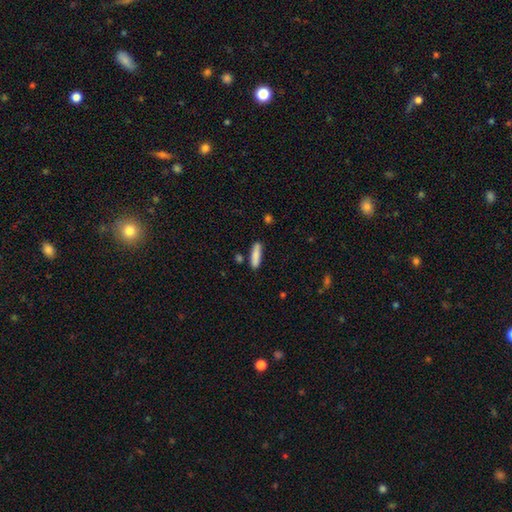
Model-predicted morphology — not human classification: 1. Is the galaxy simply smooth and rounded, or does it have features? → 86% smooth, 7% featured or disk, 6% star or artifact.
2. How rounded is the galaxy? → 71% cigar-shaped, 27% in between, 2% round.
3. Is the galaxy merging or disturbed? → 83% none, 11% minor disturbance, 4% merger, 2% major disturbance.